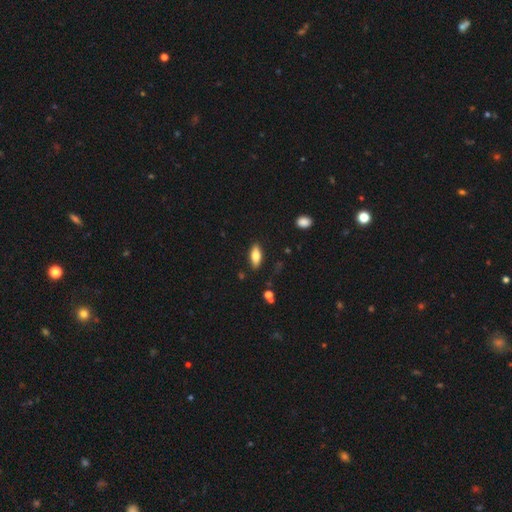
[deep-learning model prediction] Smooth or featured: smooth — 74% (featured or disk — 19%)
How rounded: in between — 75% (cigar-shaped — 22%)
Merging: none — 86% (minor disturbance — 10%)